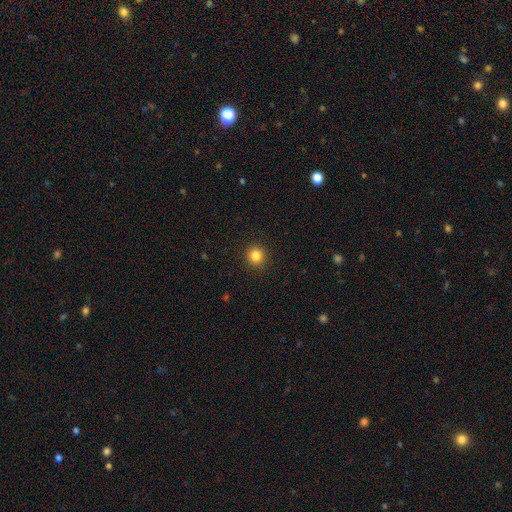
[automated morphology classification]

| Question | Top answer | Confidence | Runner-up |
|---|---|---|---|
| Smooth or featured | smooth | 83% | star or artifact (12%) |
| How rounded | round | 94% | in between (6%) |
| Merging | none | 92% | minor disturbance (5%) |